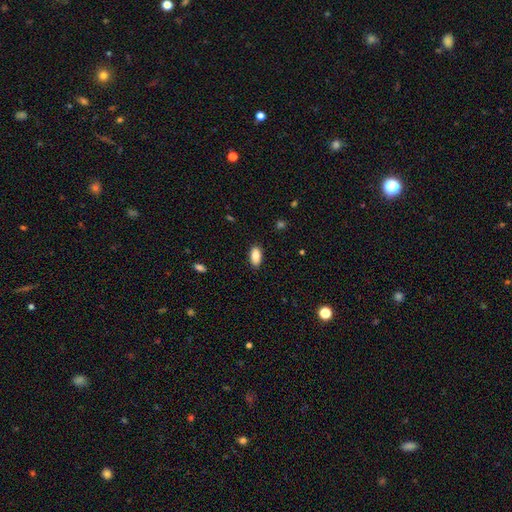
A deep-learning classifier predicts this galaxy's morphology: Overall: smooth (88%). How rounded: in between (91%). Merging: none (88%).